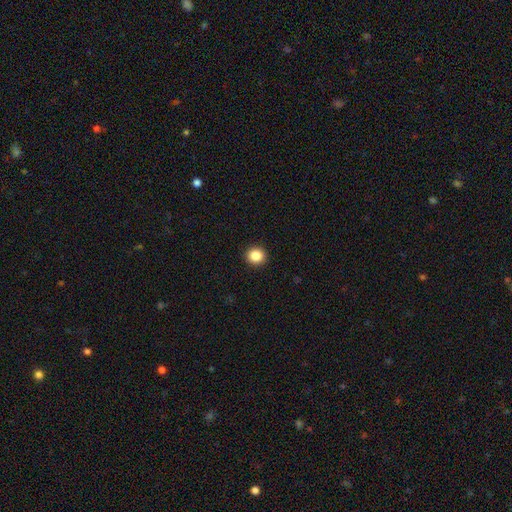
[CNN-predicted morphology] Smooth or featured? smooth (86%)
How rounded? round (91%)
Merging? none (93%)